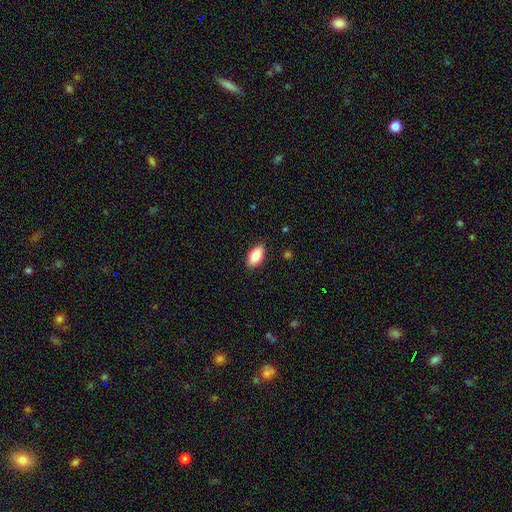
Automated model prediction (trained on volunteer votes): Smooth or featured?
  - smooth: 83% *
  - featured or disk: 10%
  - star or artifact: 7%
How rounded?
  - in between: 92% *
  - cigar-shaped: 5%
  - round: 3%
Merging?
  - none: 87% *
  - minor disturbance: 10%
  - major disturbance: 2%
  - merger: 1%